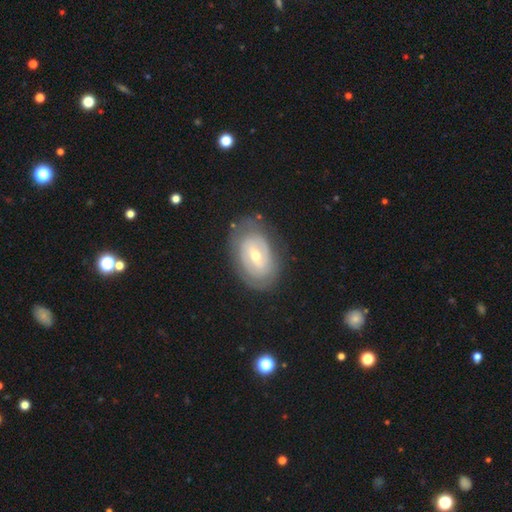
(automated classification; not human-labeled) This appears to be a featured or disk galaxy (69%) with a weak bar (43%), spiral arms (57%) and a moderate central bulge (54%). Merging: none (76%).